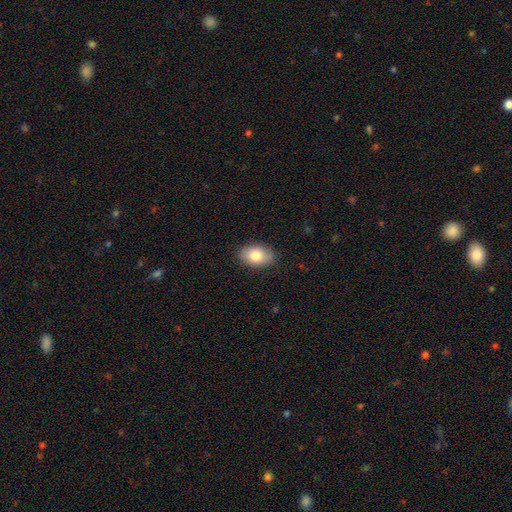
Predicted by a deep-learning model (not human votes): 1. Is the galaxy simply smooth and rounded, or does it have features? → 81% smooth, 12% featured or disk, 7% star or artifact.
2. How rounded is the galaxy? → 88% in between, 11% round, 1% cigar-shaped.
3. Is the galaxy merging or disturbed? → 86% none, 10% minor disturbance, 2% major disturbance, 1% merger.